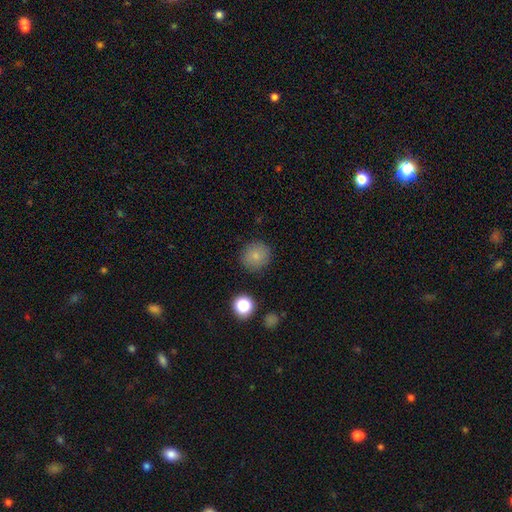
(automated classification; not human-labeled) smooth_or_featured: smooth (p=0.81) [alt: star or artifact p=0.11]
how_rounded: round (p=0.91) [alt: in between p=0.08]
merging: none (p=0.86) [alt: minor disturbance p=0.09]